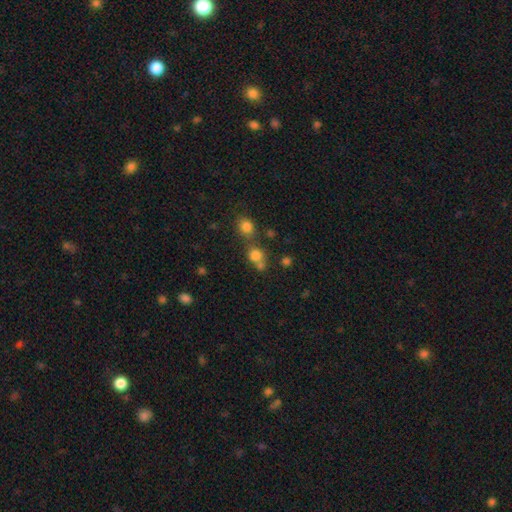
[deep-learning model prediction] Smooth or featured?
  - smooth: 75% *
  - star or artifact: 16%
  - featured or disk: 9%
How rounded?
  - round: 80% *
  - in between: 18%
  - cigar-shaped: 1%
Merging?
  - none: 48% *
  - merger: 38%
  - minor disturbance: 9%
  - major disturbance: 5%